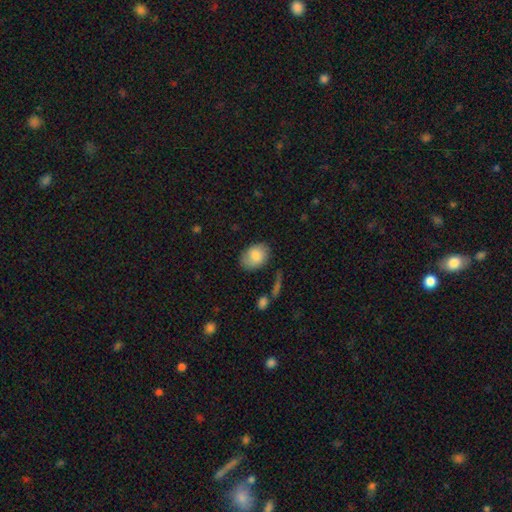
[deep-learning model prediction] Overall: smooth (80%). How rounded: in between (78%). Merging: none (73%).